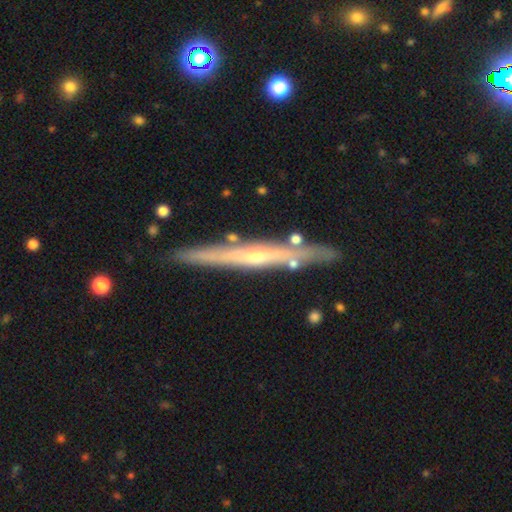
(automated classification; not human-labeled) featured or disk 75%, smooth 19%, star or artifact 6%. Down the decision tree: edge-on disk — yes (95%); edge-on bulge — rounded (60%); merging — none (85%).